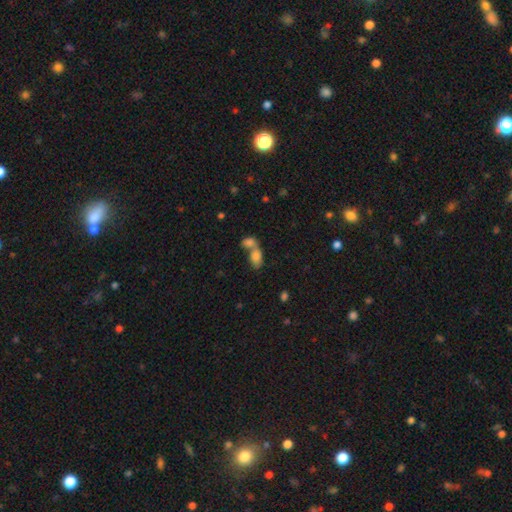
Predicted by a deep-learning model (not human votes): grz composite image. It shows a smooth galaxy with no disk features (80%) that is in between round and cigar-shaped (89%). Merging: merger (66%).